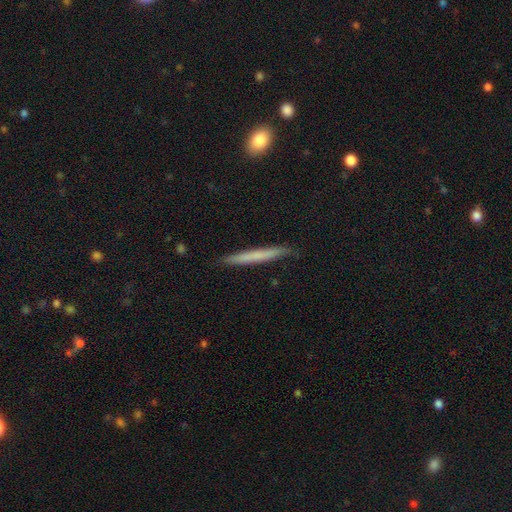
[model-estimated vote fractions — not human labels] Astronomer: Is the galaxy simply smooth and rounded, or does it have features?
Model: smooth — 60%.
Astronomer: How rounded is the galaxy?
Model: cigar-shaped — 97%.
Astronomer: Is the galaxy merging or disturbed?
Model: none — 88%.